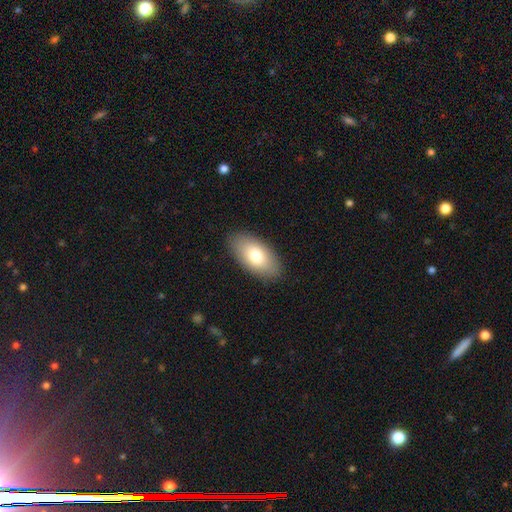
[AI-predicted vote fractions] Smooth or featured? Predicted: smooth (p=0.77). How rounded? Predicted: in between (p=0.94). Merging? Predicted: none (p=0.87).